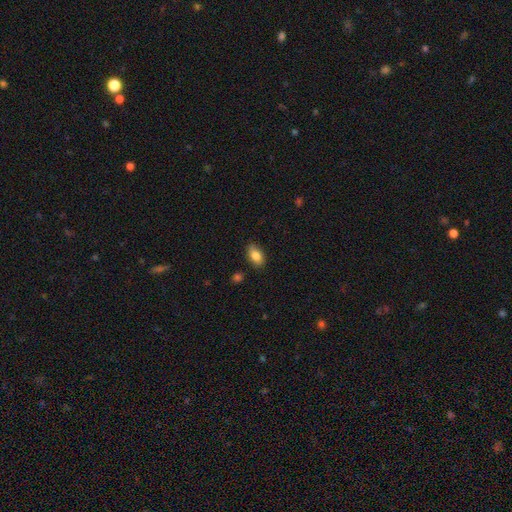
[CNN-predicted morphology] Q: Smooth or featured?
A: smooth (83%); runner-up: featured or disk (9%)
Q: How rounded?
A: in between (90%); runner-up: round (7%)
Q: Merging?
A: none (83%); runner-up: minor disturbance (13%)